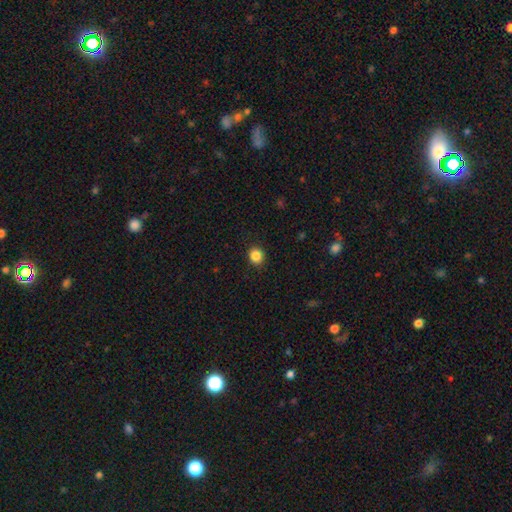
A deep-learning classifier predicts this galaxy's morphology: smooth_or_featured: smooth (p=0.86) [alt: star or artifact p=0.10]
how_rounded: round (p=0.85) [alt: in between p=0.14]
merging: none (p=0.90) [alt: minor disturbance p=0.07]